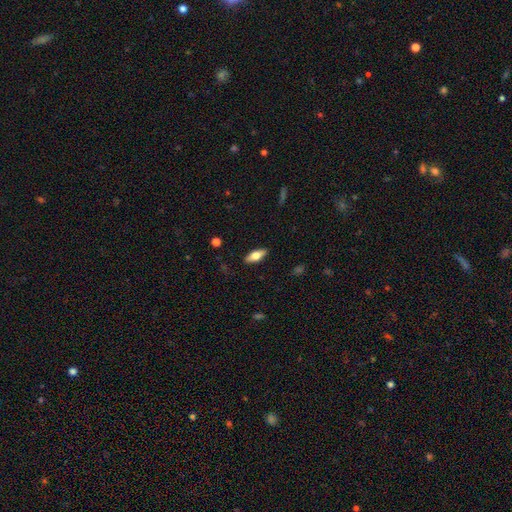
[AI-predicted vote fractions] Smooth or featured? Predicted: smooth (p=0.61). How rounded? Predicted: in between (p=0.70). Merging? Predicted: none (p=0.88).